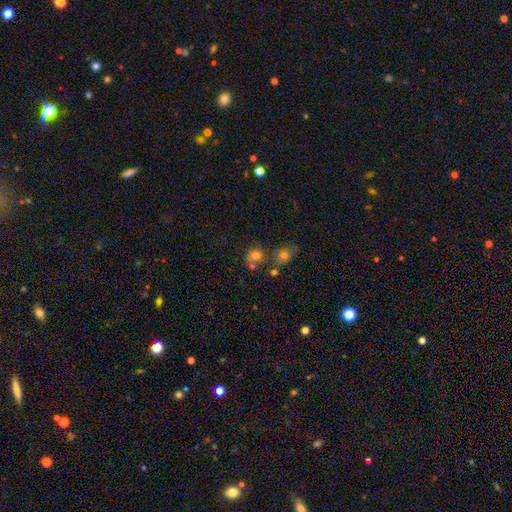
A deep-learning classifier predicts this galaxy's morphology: Q: Smooth or featured?
A: smooth (69%); runner-up: star or artifact (16%)
Q: How rounded?
A: round (72%); runner-up: in between (27%)
Q: Merging?
A: none (46%); runner-up: merger (35%)